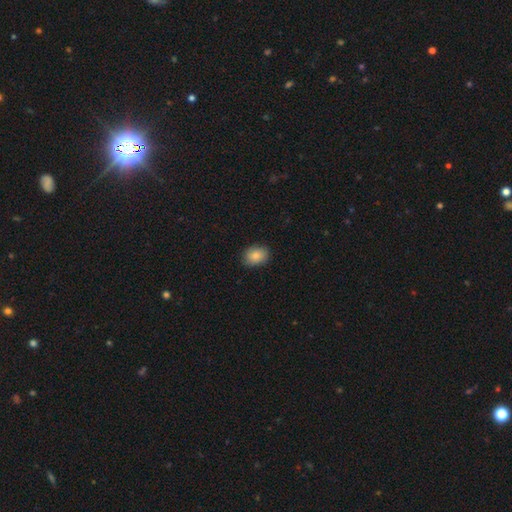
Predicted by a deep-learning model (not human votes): Smooth or featured?
  - smooth: 87% *
  - star or artifact: 8%
  - featured or disk: 5%
How rounded?
  - in between: 67% *
  - round: 32%
  - cigar-shaped: 1%
Merging?
  - none: 86% *
  - minor disturbance: 10%
  - major disturbance: 2%
  - merger: 1%